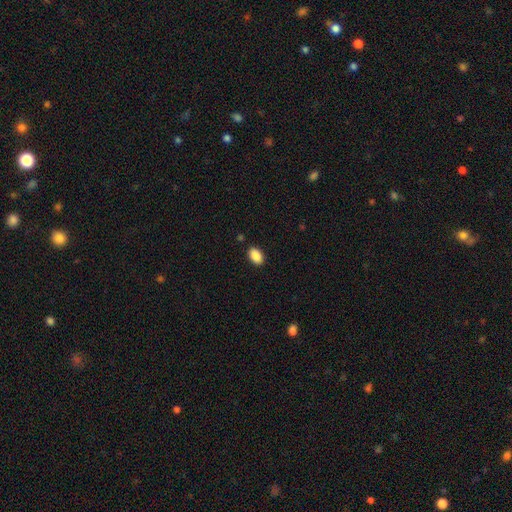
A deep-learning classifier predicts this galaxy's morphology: smooth_or_featured: smooth (p=0.89) [alt: star or artifact p=0.08]
how_rounded: in between (p=0.91) [alt: round p=0.08]
merging: none (p=0.88) [alt: minor disturbance p=0.08]